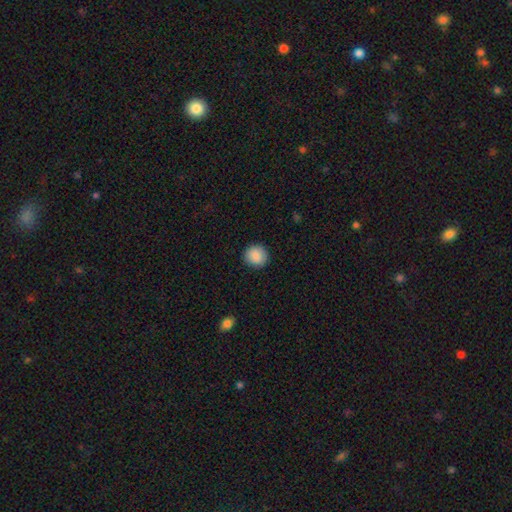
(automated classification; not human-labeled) Smooth or featured? Predicted: smooth (p=0.88). How rounded? Predicted: round (p=0.90). Merging? Predicted: none (p=0.91).